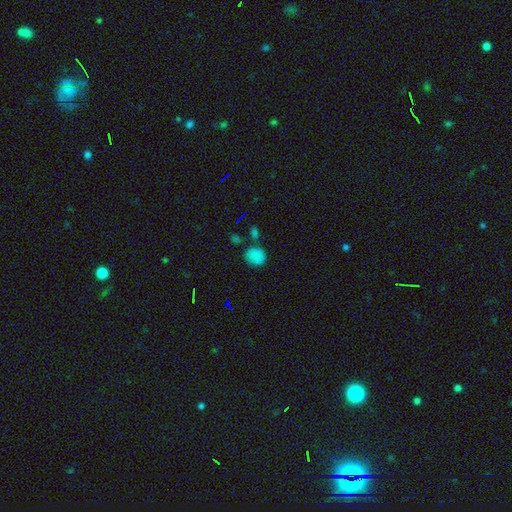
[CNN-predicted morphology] This is likely a smooth galaxy (76%). How rounded: likely round (64%). Merging: likely none (69%).